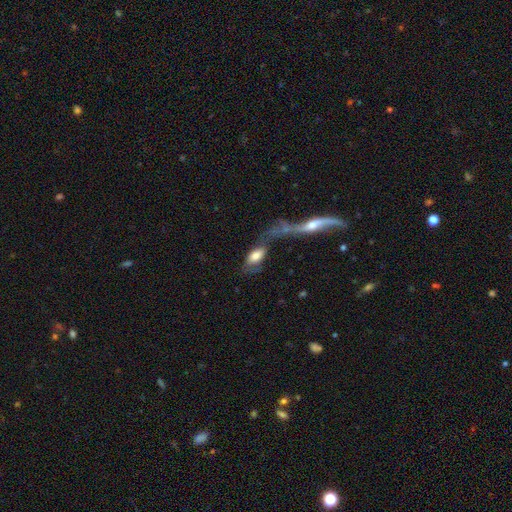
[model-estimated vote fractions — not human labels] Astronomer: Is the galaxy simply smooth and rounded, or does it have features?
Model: smooth — 65%.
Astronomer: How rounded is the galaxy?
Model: in between — 88%.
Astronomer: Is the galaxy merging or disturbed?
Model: merger — 47% (runner-up: none, 25%).